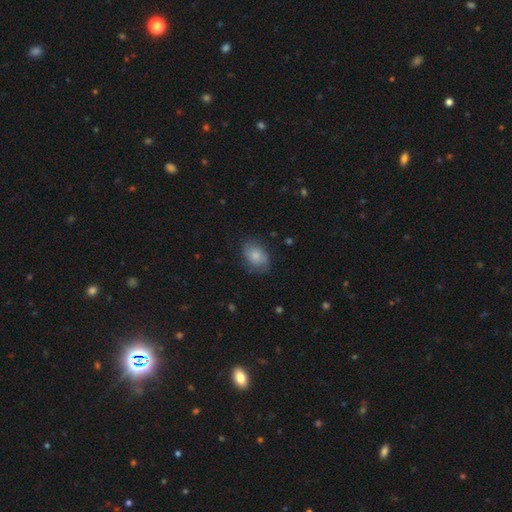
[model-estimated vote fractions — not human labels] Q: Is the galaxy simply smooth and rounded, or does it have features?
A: smooth — 78%.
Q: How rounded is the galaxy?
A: in between — 80%.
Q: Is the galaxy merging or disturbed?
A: none — 71%.